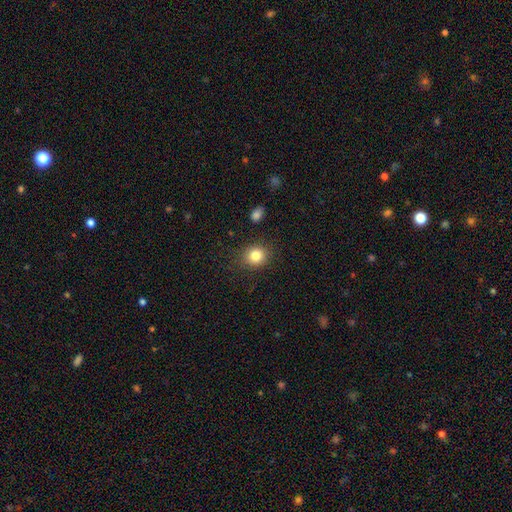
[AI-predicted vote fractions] Smooth or featured?
  - smooth: 82% *
  - star or artifact: 11%
  - featured or disk: 7%
How rounded?
  - round: 75% *
  - in between: 24%
  - cigar-shaped: 1%
Merging?
  - none: 85% *
  - minor disturbance: 10%
  - major disturbance: 3%
  - merger: 2%